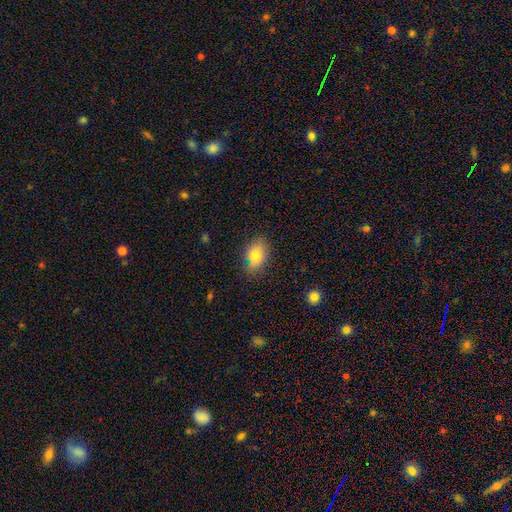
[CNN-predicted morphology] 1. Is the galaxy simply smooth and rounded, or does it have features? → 76% smooth, 15% featured or disk, 10% star or artifact.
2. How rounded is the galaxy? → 77% in between, 21% round, 2% cigar-shaped.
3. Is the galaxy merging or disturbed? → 77% none, 17% minor disturbance, 4% major disturbance, 2% merger.